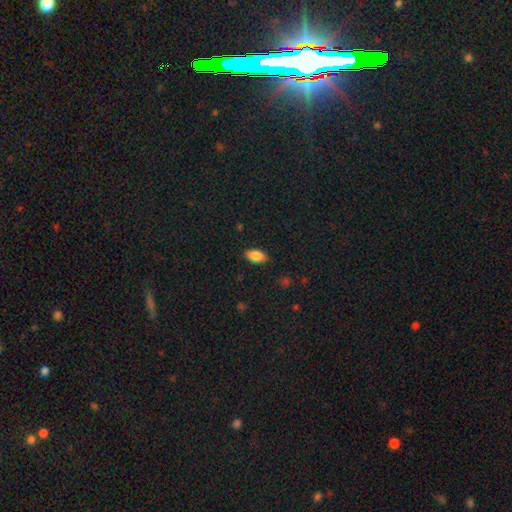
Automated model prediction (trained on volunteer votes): The model was most divided on "merging": none: 85%, minor disturbance: 11%, major disturbance: 3%, merger: 1%. More confident: how rounded — in between (92%); smooth or featured — smooth (86%).